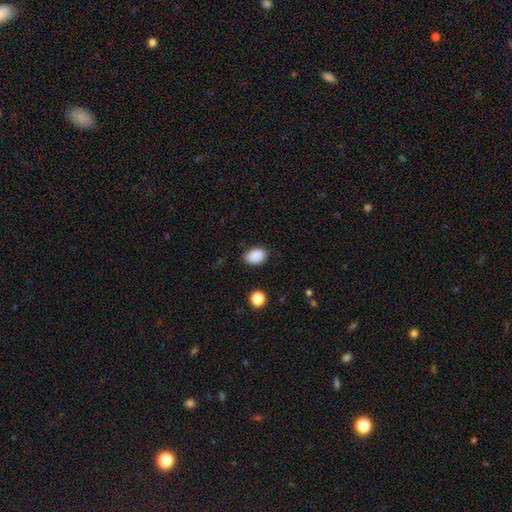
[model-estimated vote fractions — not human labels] smooth_or_featured: smooth (p=0.88) [alt: star or artifact p=0.09]
how_rounded: in between (p=0.77) [alt: round p=0.22]
merging: none (p=0.82) [alt: minor disturbance p=0.14]